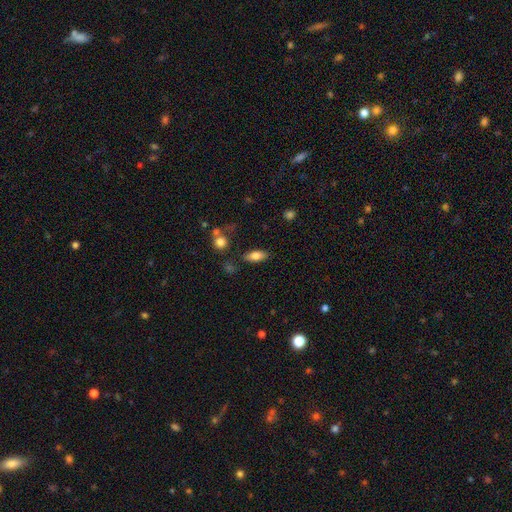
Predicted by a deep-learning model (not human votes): Smooth or featured? smooth (79%)
How rounded? in between (83%)
Merging? none (81%)